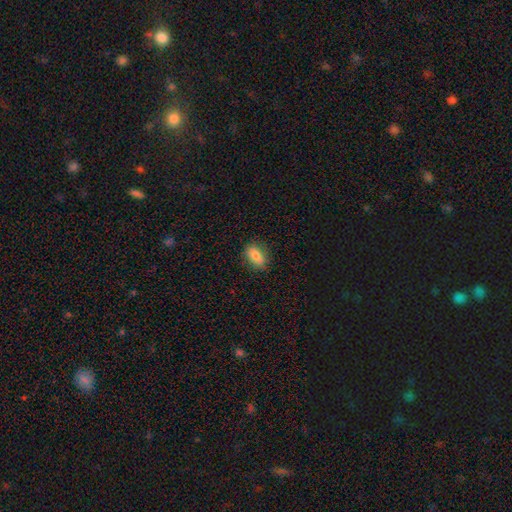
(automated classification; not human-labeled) smooth-or-featured: smooth: 77% | featured or disk: 15% | star or artifact: 8%
  how-rounded: in between: 83% | round: 11% | cigar-shaped: 6%
  merging: none: 82% | minor disturbance: 14% | major disturbance: 3% | merger: 1%